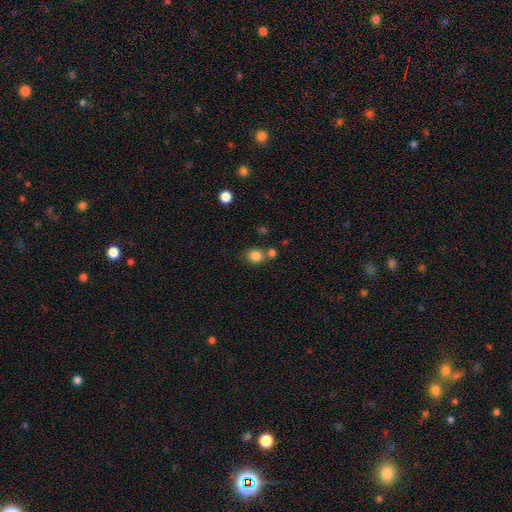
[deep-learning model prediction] smooth-or-featured: smooth: 84% | star or artifact: 11% | featured or disk: 5%
  how-rounded: round: 72% | in between: 27% | cigar-shaped: 1%
  merging: none: 63% | merger: 22% | minor disturbance: 12% | major disturbance: 4%